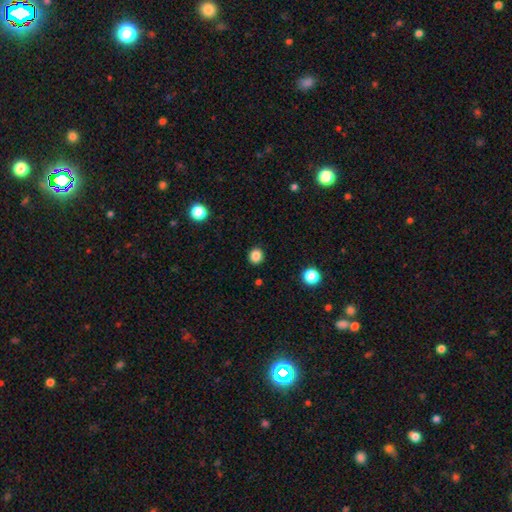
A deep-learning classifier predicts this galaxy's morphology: Q: Smooth or featured?
A: smooth (85%); runner-up: star or artifact (12%)
Q: How rounded?
A: round (89%); runner-up: in between (10%)
Q: Merging?
A: none (92%); runner-up: minor disturbance (5%)